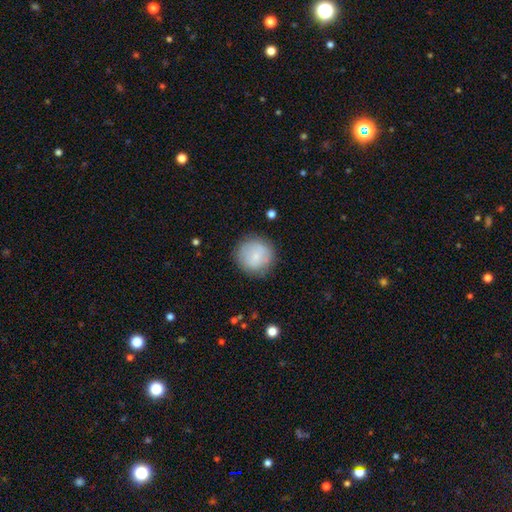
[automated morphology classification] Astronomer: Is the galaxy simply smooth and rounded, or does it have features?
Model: smooth — 74%.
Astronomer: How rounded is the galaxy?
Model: round — 94%.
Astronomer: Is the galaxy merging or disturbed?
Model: none — 82%.